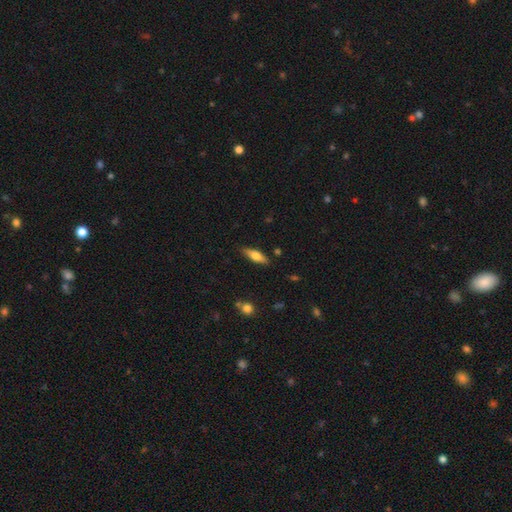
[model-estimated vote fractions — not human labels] This is likely a smooth galaxy (60%). How rounded: possibly in between (49%, tied with cigar-shaped). Merging: clearly none (85%).